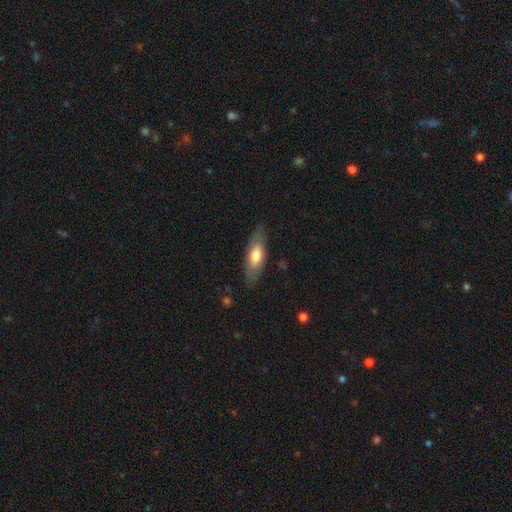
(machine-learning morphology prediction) type=smooth (64%); roundness=in between (65%); merging=none (82%).